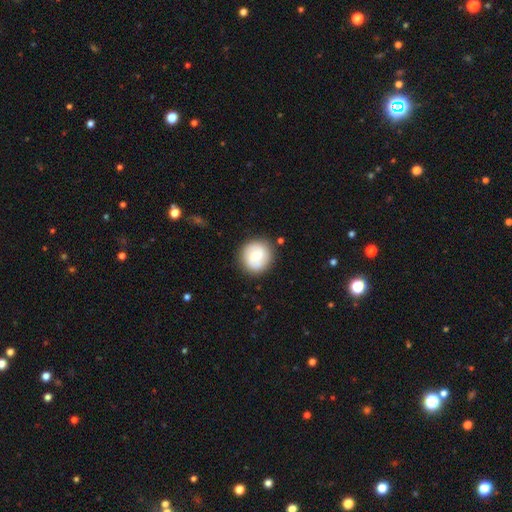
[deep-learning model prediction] A smooth galaxy with no disk features (51%) that is round (91%).

Vote fractions:
- Smooth or featured? smooth: 51% / featured or disk: 42% / star or artifact: 7%
- How rounded? round: 91% / in between: 8% / cigar-shaped: 1%
- Merging? none: 86% / minor disturbance: 9% / major disturbance: 3% / merger: 2%